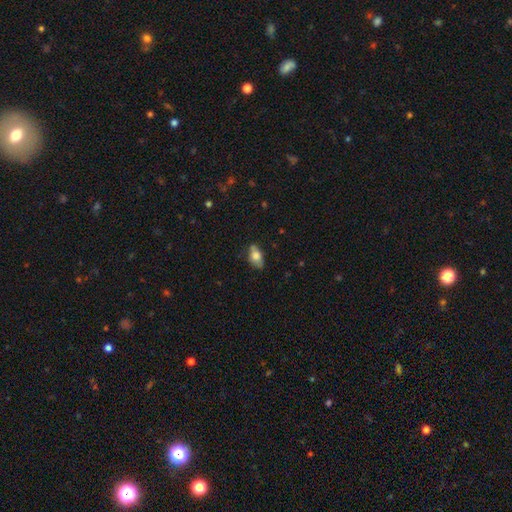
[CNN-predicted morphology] type=smooth (72%); roundness=in between (88%); merging=none (66%).